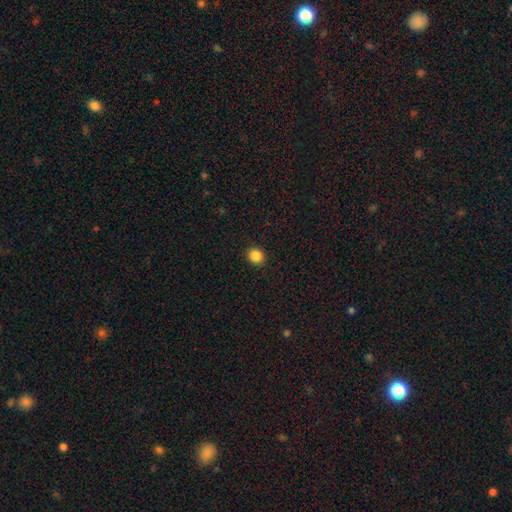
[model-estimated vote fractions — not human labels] This is clearly a smooth galaxy (86%). How rounded: clearly round (86%). Merging: clearly none (92%).